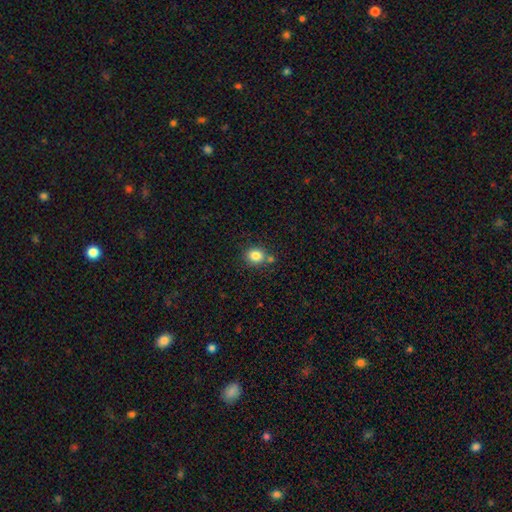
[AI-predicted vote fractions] Smooth or featured? Predicted: smooth (p=0.83). How rounded? Predicted: round (p=0.73). Merging? Predicted: none (p=0.72).